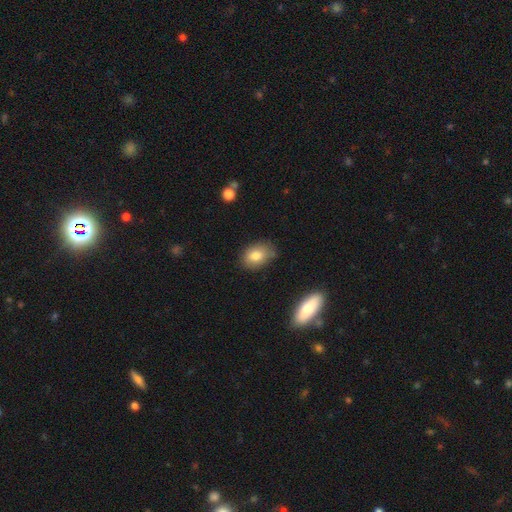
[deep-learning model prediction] A smooth galaxy with no disk features (81%) that is in between round and cigar-shaped (76%). Merging: none (74%).